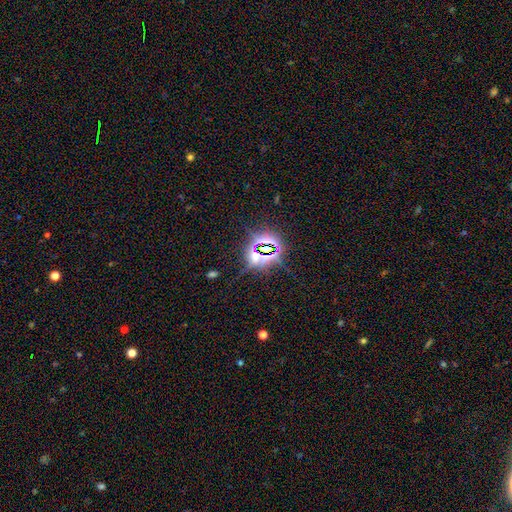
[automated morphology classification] Smooth or featured? star or artifact (79%)